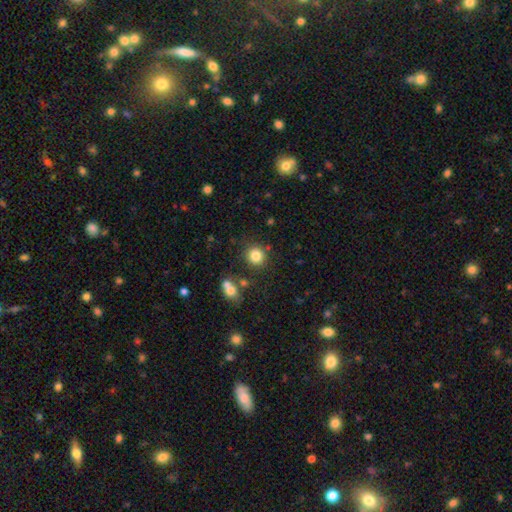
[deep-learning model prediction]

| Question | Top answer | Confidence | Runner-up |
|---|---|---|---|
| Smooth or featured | smooth | 82% | star or artifact (12%) |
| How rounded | round | 90% | in between (9%) |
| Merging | none | 83% | minor disturbance (9%) |